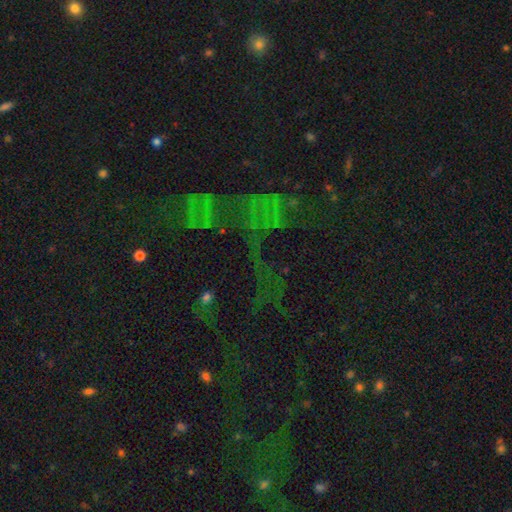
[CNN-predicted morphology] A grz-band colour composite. It shows a star or artifact, not a galaxy (71%).